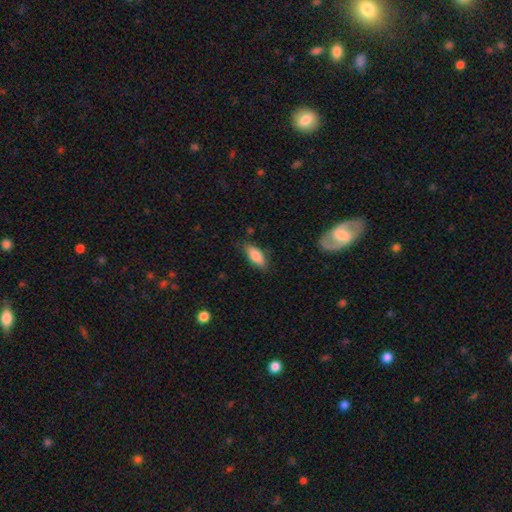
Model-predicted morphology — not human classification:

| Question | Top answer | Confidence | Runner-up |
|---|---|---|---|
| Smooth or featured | smooth | 83% | featured or disk (11%) |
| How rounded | in between | 79% | cigar-shaped (18%) |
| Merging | none | 79% | minor disturbance (16%) |